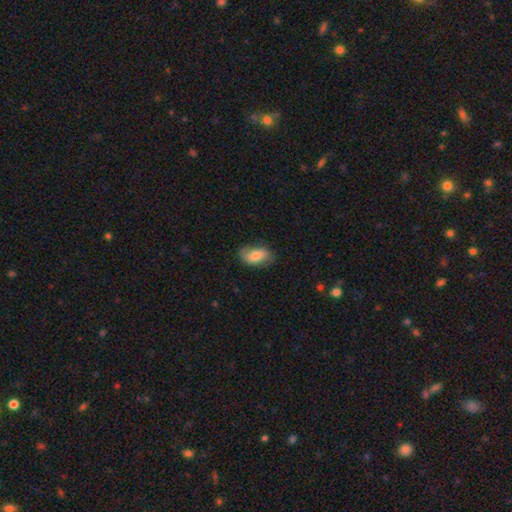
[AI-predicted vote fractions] This appears to be a smooth galaxy with no disk features (68%) that is in between round and cigar-shaped (91%). Merging: none (71%).